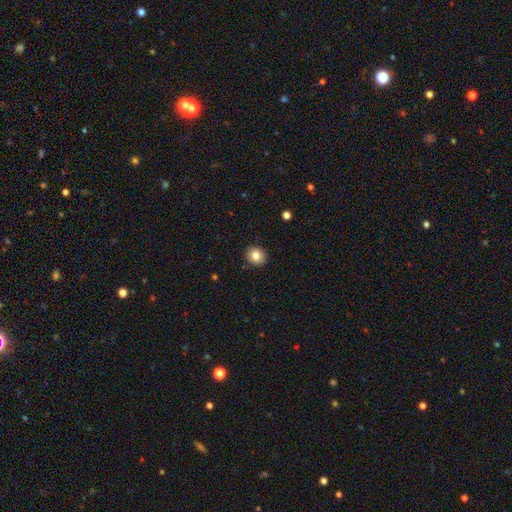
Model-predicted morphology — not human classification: This appears to be a smooth galaxy with no disk features (82%) that is round (79%). Merging: none (89%).